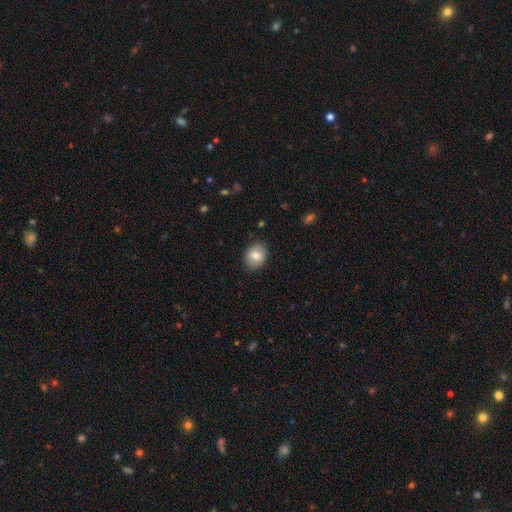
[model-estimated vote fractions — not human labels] A smooth galaxy with no disk features (83%) that is round (50%).

Vote fractions:
- Smooth or featured? smooth: 83% / featured or disk: 9% / star or artifact: 8%
- How rounded? round: 50% / in between: 49% / cigar-shaped: 1%
- Merging? none: 87% / minor disturbance: 10% / major disturbance: 2% / merger: 1%